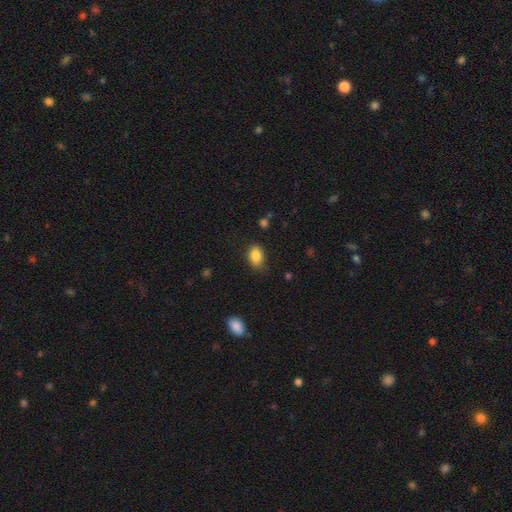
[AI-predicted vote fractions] This appears to be a smooth galaxy with no disk features (85%) that is in between round and cigar-shaped (85%). Merging: none (74%).